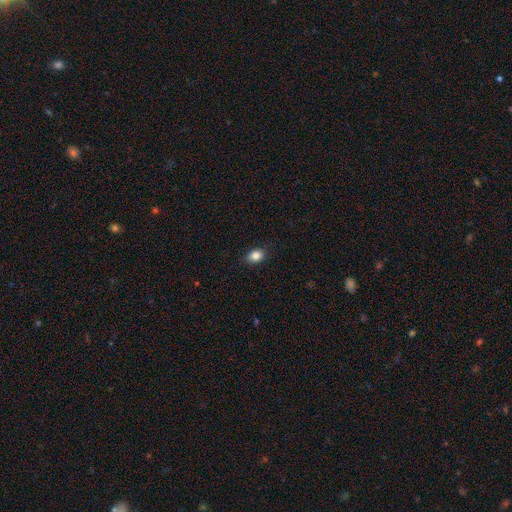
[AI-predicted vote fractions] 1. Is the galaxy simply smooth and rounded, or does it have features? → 85% smooth, 9% star or artifact, 6% featured or disk.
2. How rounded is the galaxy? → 76% in between, 23% round, 1% cigar-shaped.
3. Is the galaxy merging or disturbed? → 88% none, 9% minor disturbance, 2% major disturbance, 1% merger.